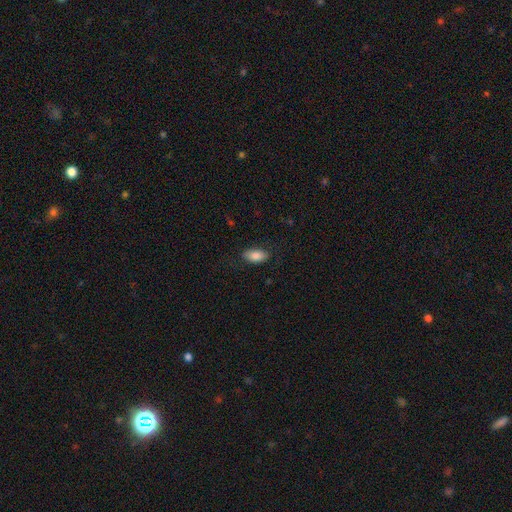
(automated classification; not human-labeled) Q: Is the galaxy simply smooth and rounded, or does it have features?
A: smooth — 85%.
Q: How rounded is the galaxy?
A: in between — 91%.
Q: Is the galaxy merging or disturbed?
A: none — 80%.